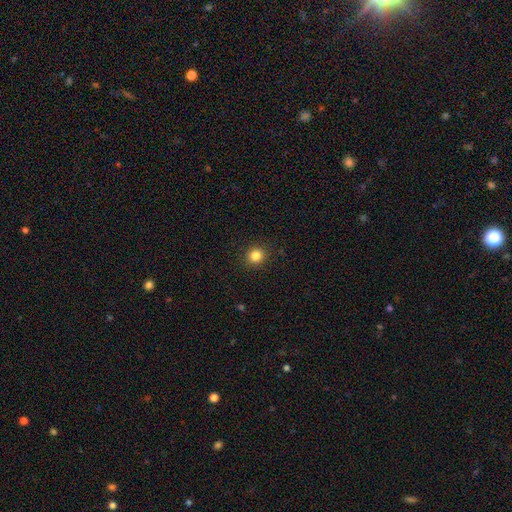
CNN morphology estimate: smooth 84%, star or artifact 12%, featured or disk 5%. Down the decision tree: how rounded — round (87%); merging — none (91%).